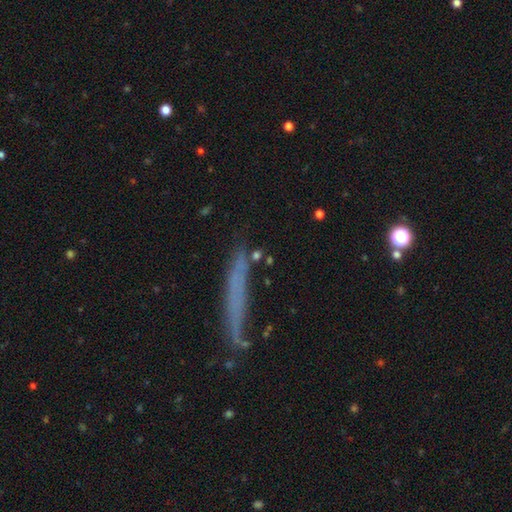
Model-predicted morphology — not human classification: Q: Smooth or featured?
A: smooth (52%); runner-up: star or artifact (25%)
Q: How rounded?
A: cigar-shaped (64%); runner-up: round (19%)
Q: Merging?
A: none (77%); runner-up: minor disturbance (12%)